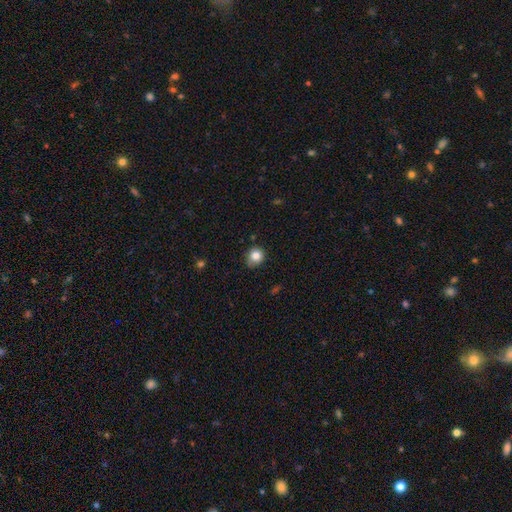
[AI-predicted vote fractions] Smooth or featured?
  - smooth: 83% *
  - star or artifact: 10%
  - featured or disk: 6%
How rounded?
  - round: 80% *
  - in between: 19%
  - cigar-shaped: 1%
Merging?
  - none: 73% *
  - minor disturbance: 22%
  - major disturbance: 4%
  - merger: 2%